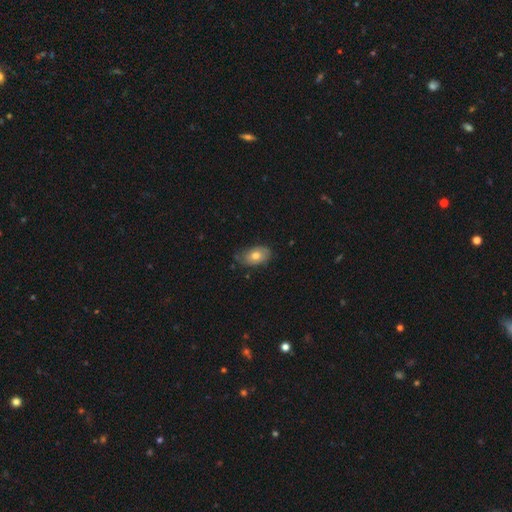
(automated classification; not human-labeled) smooth-or-featured: smooth: 74% | featured or disk: 18% | star or artifact: 8%
  how-rounded: in between: 89% | round: 9% | cigar-shaped: 2%
  merging: none: 72% | minor disturbance: 23% | major disturbance: 4% | merger: 2%